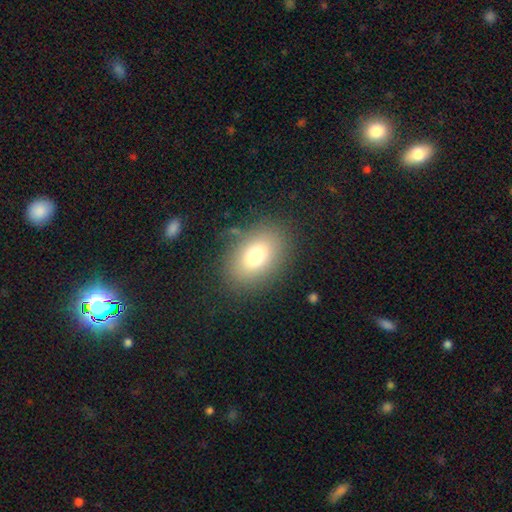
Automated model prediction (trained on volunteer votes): Morphology: type=smooth (75%); roundness=in between (81%); merging=none (82%).